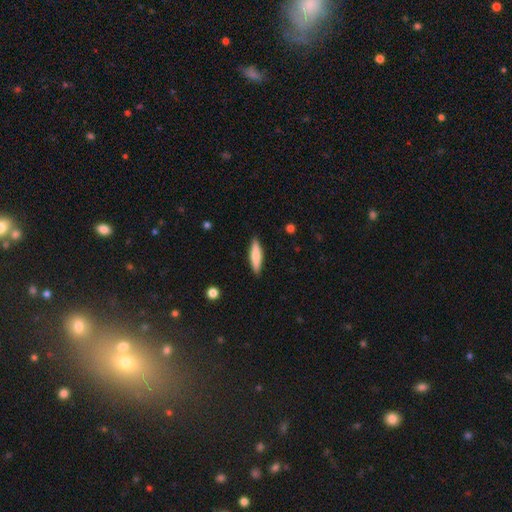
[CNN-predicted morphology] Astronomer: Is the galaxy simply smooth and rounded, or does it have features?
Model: smooth — 72%.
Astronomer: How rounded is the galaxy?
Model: cigar-shaped — 74%.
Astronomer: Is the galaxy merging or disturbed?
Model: none — 89%.